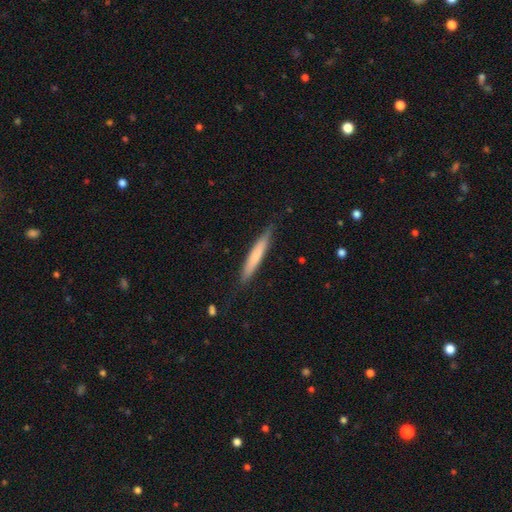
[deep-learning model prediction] This is likely a smooth galaxy (69%). How rounded: clearly cigar-shaped (94%). Merging: clearly none (85%).